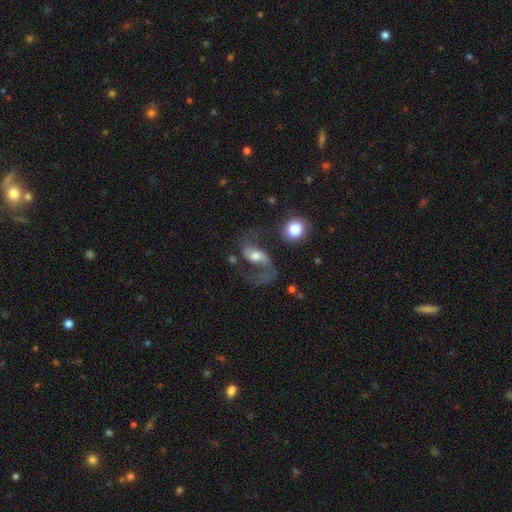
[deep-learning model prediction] Q: Smooth or featured?
A: featured or disk (69%); runner-up: smooth (23%)
Q: Edge-on disk?
A: no (96%); runner-up: yes (4%)
Q: Bar?
A: no (43%); runner-up: weak (39%)
Q: Spiral arms?
A: yes (88%); runner-up: no (12%)
Q: Spiral winding?
A: loose (76%); runner-up: medium (20%)
Q: Spiral arm count?
A: 2 (81%); runner-up: 1 (14%)
Q: Bulge size?
A: moderate (59%); runner-up: small (18%)
Q: Merging?
A: none (42%); runner-up: major disturbance (34%)